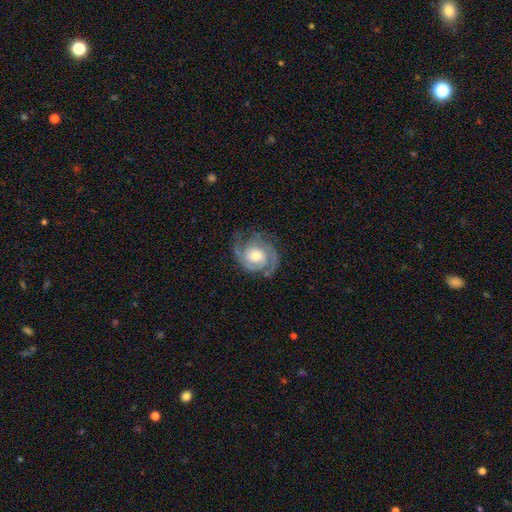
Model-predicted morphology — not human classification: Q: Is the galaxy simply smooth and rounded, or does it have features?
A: featured or disk — 89%.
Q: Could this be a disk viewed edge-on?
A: no — 98%.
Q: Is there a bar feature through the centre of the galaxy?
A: no — 70%.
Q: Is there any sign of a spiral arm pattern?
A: yes — 98%.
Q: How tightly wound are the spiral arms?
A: tight — 58%.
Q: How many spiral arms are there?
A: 2 — 60%.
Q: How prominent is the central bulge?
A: moderate — 65%.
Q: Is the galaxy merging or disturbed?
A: none — 75%.